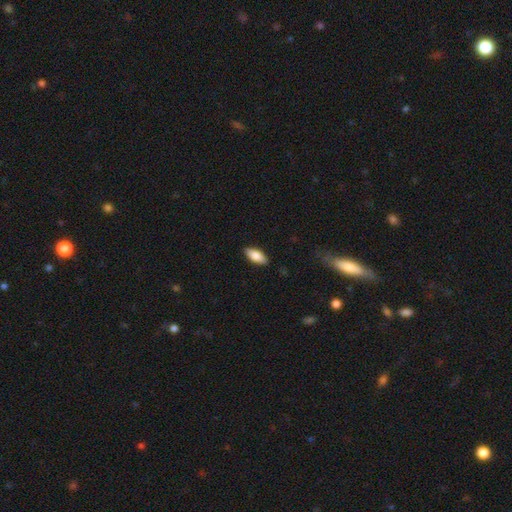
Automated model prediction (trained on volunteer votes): Smooth or featured? Predicted: smooth (p=0.82). How rounded? Predicted: in between (p=0.85). Merging? Predicted: none (p=0.88).